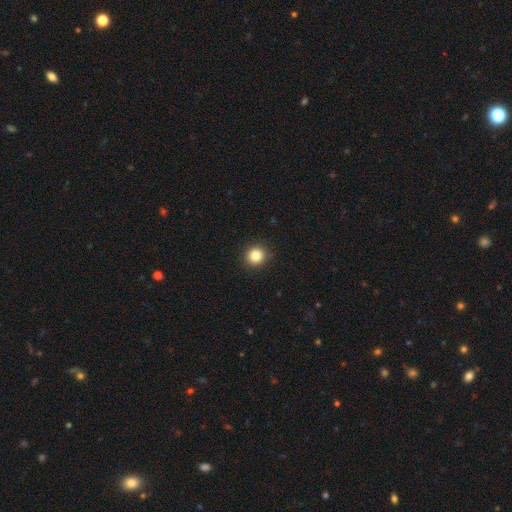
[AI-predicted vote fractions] A smooth galaxy with no disk features (84%) that is round (92%). Merging: none (91%).